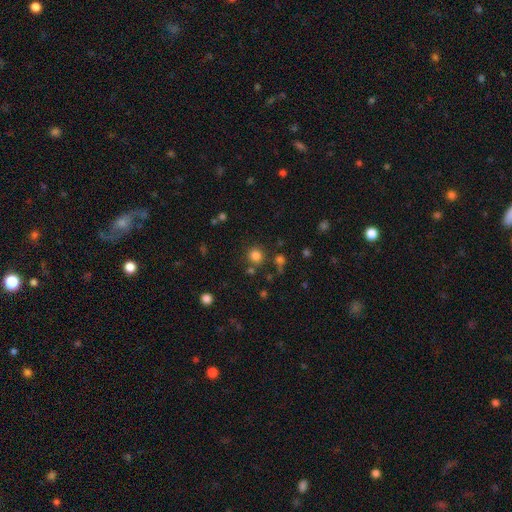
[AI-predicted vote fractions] Smooth or featured?
  - smooth: 80% *
  - star or artifact: 15%
  - featured or disk: 5%
How rounded?
  - round: 91% *
  - in between: 8%
  - cigar-shaped: 1%
Merging?
  - none: 81% *
  - minor disturbance: 8%
  - merger: 8%
  - major disturbance: 4%